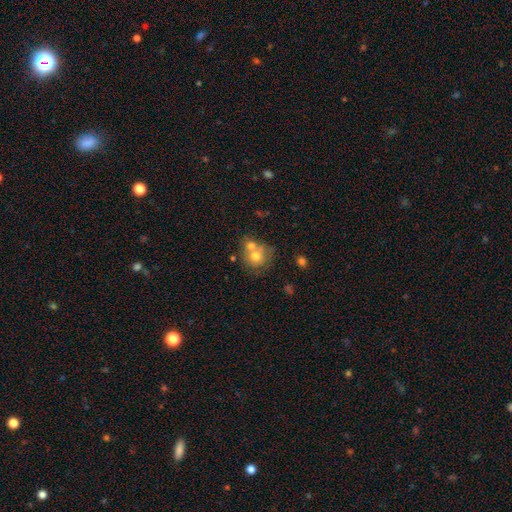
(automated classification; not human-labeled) The model was most divided on "merging": merger: 47%, none: 39%, minor disturbance: 10%, major disturbance: 5%. More confident: how rounded — round (82%); smooth or featured — smooth (68%).